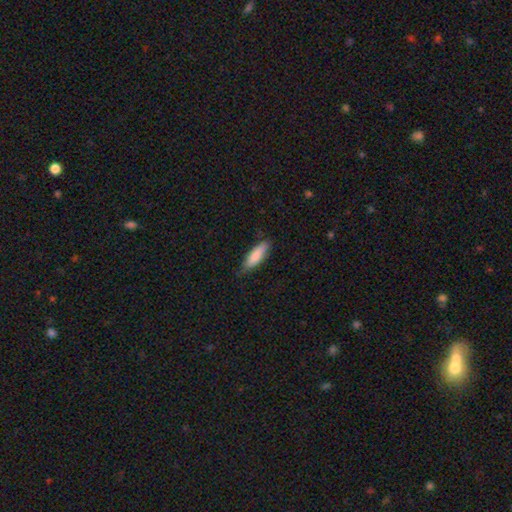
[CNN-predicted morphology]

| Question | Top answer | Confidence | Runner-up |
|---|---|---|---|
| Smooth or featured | smooth | 83% | featured or disk (12%) |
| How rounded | cigar-shaped | 52% | in between (47%) |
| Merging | none | 74% | minor disturbance (22%) |